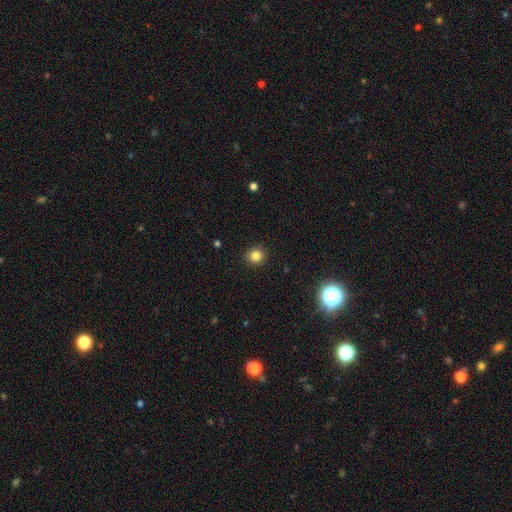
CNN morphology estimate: A smooth galaxy with no disk features (83%) that is round (91%).

Vote fractions:
- Smooth or featured? smooth: 83% / star or artifact: 13% / featured or disk: 5%
- How rounded? round: 91% / in between: 8% / cigar-shaped: 1%
- Merging? none: 92% / minor disturbance: 5% / major disturbance: 2% / merger: 1%